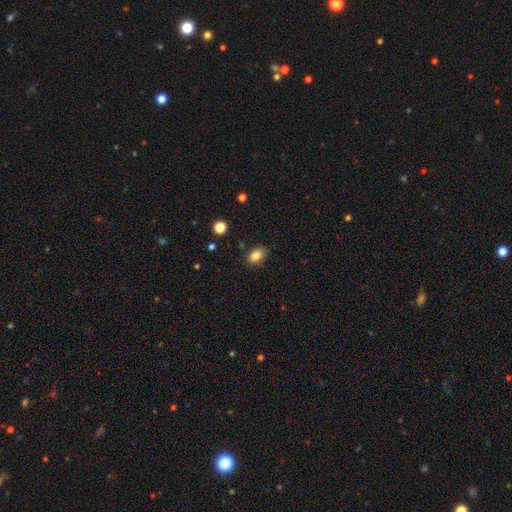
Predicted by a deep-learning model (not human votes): A smooth galaxy with no disk features (84%) that is in between round and cigar-shaped (87%).

Vote fractions:
- Smooth or featured? smooth: 84% / star or artifact: 9% / featured or disk: 7%
- How rounded? in between: 87% / round: 11% / cigar-shaped: 2%
- Merging? none: 82% / minor disturbance: 13% / major disturbance: 3% / merger: 2%